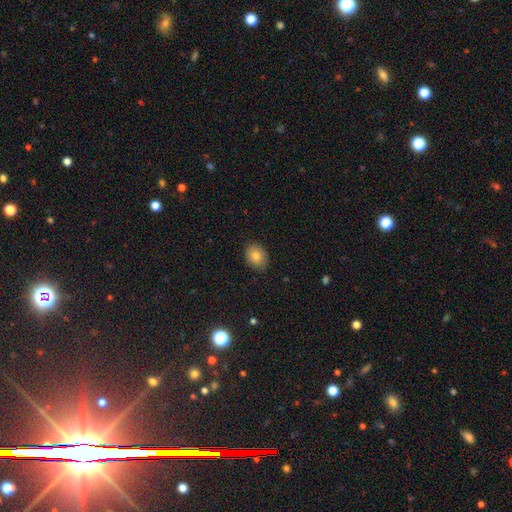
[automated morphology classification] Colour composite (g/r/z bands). It shows a smooth galaxy with no disk features (81%) that is in between round and cigar-shaped (62%). Merging: none (86%).